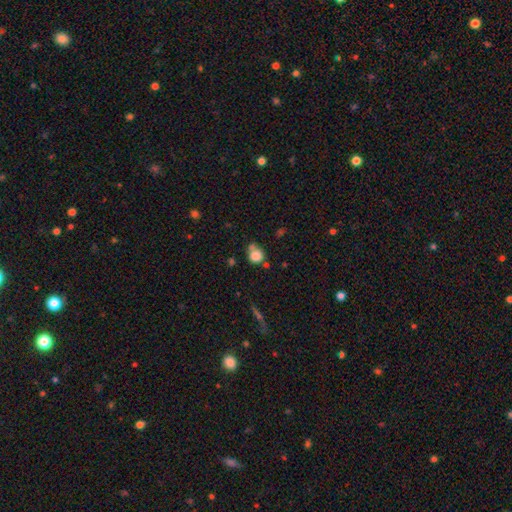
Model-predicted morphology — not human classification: Smooth or featured?
  - smooth: 82% *
  - star or artifact: 11%
  - featured or disk: 7%
How rounded?
  - round: 83% *
  - in between: 16%
  - cigar-shaped: 1%
Merging?
  - none: 55% *
  - merger: 22%
  - minor disturbance: 17%
  - major disturbance: 6%